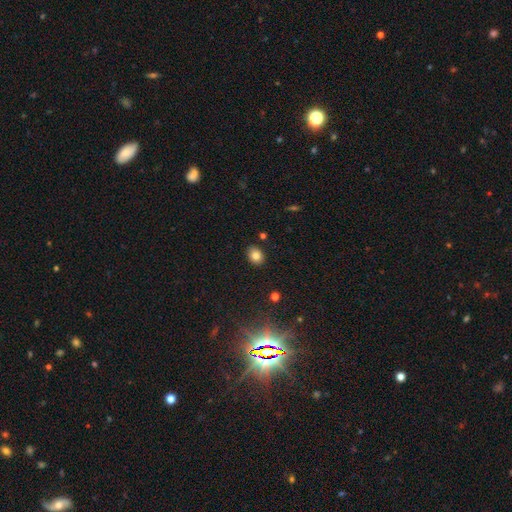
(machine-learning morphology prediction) A smooth galaxy with no disk features (82%) that is in between round and cigar-shaped (53%).

Vote fractions:
- Smooth or featured? smooth: 82% / star or artifact: 11% / featured or disk: 7%
- How rounded? in between: 53% / round: 46% / cigar-shaped: 1%
- Merging? none: 87% / minor disturbance: 9% / major disturbance: 2% / merger: 2%